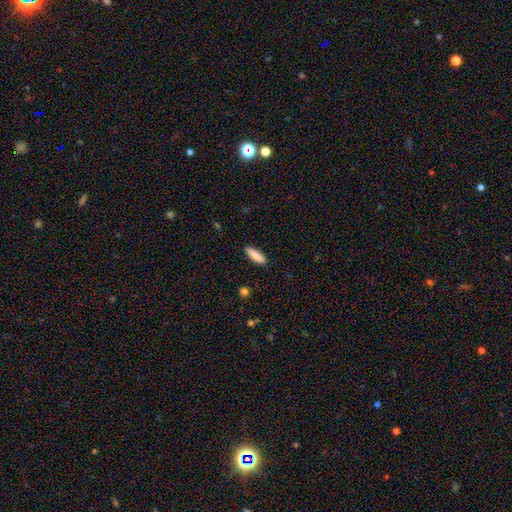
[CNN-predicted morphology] Smooth or featured: smooth — 87% (featured or disk — 7%)
How rounded: cigar-shaped — 62% (in between — 36%)
Merging: none — 89% (minor disturbance — 8%)